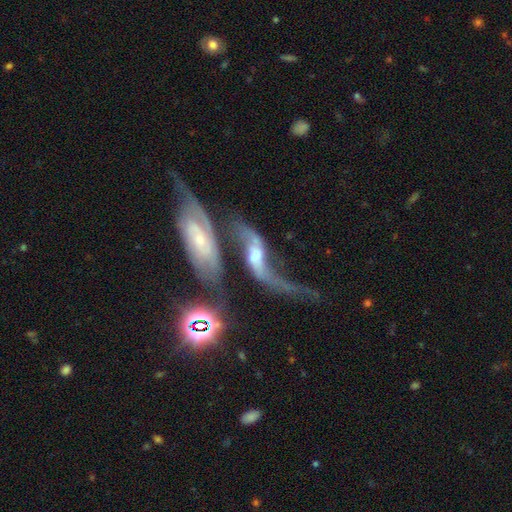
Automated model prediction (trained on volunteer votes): smooth_or_featured: featured or disk (p=0.80) [alt: smooth p=0.14]
disk_edge_on: no (p=0.88) [alt: yes p=0.12]
bar: weak (p=0.41) [alt: no p=0.38]
has_spiral_arms: yes (p=0.87) [alt: no p=0.13]
spiral_winding: loose (p=0.83) [alt: medium p=0.12]
spiral_arm_count: 2 (p=0.85) [alt: 1 p=0.06]
bulge_size: moderate (p=0.49) [alt: small p=0.24]
merging: merger (p=0.56) [alt: major disturbance p=0.19]